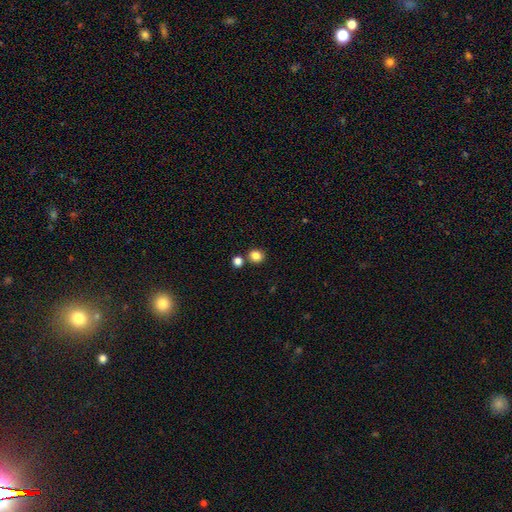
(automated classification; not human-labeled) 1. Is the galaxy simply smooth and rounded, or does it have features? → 84% smooth, 11% star or artifact, 4% featured or disk.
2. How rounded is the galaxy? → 82% round, 17% in between, 1% cigar-shaped.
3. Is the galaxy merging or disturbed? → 75% none, 15% merger, 8% minor disturbance, 2% major disturbance.